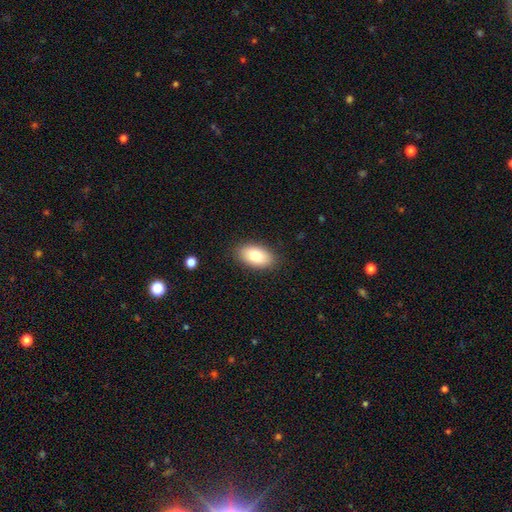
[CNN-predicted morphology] Smooth or featured? Predicted: smooth (p=0.82). How rounded? Predicted: in between (p=0.94). Merging? Predicted: none (p=0.87).